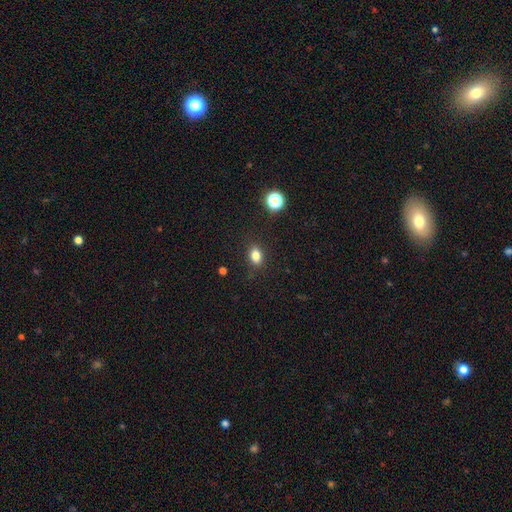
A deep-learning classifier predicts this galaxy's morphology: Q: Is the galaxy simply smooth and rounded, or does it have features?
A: smooth — 82%.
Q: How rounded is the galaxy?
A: in between — 73%.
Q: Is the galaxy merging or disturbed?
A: none — 86%.